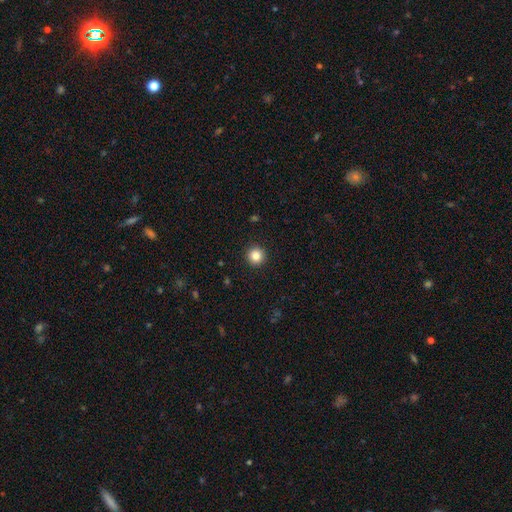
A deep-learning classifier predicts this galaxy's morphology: A smooth galaxy with no disk features (85%) that is round (95%). Merging: none (93%).